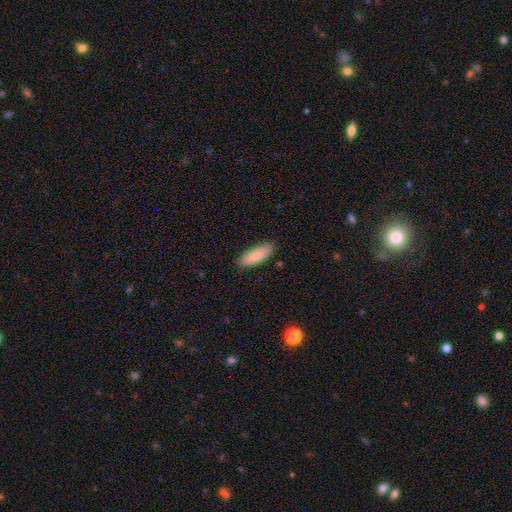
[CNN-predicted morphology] Smooth or featured? Predicted: smooth (p=0.83). How rounded? Predicted: in between (p=0.66). Merging? Predicted: none (p=0.87).